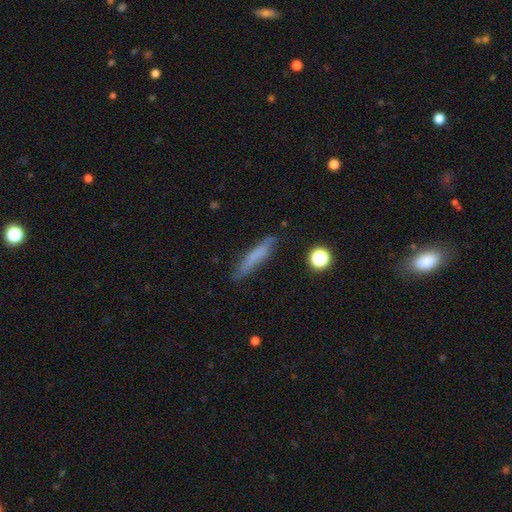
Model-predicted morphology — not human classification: smooth_or_featured: smooth (p=0.67) [alt: featured or disk p=0.24]
how_rounded: cigar-shaped (p=0.88) [alt: in between p=0.10]
merging: none (p=0.78) [alt: minor disturbance p=0.16]